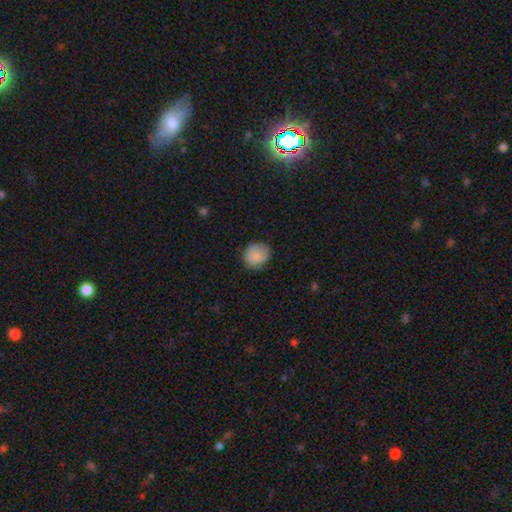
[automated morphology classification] Overall: smooth (86%). How rounded: round (78%). Merging: none (78%).